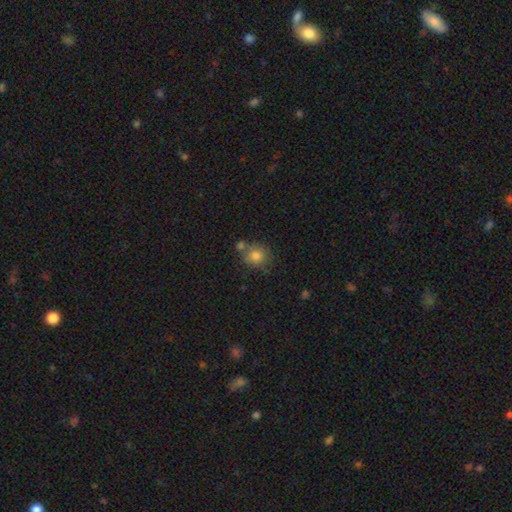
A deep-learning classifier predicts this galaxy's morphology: The model was most divided on "merging": none: 62%, merger: 18%, minor disturbance: 15%, major disturbance: 4%. More confident: smooth or featured — smooth (81%); how rounded — round (80%).